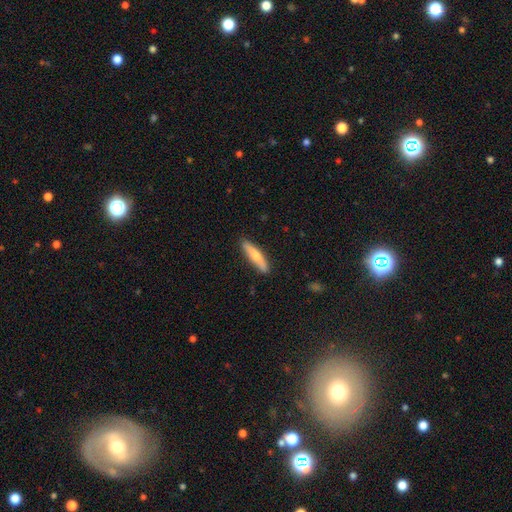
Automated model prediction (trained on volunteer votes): Smooth or featured? smooth (70%)
How rounded? cigar-shaped (84%)
Merging? none (88%)